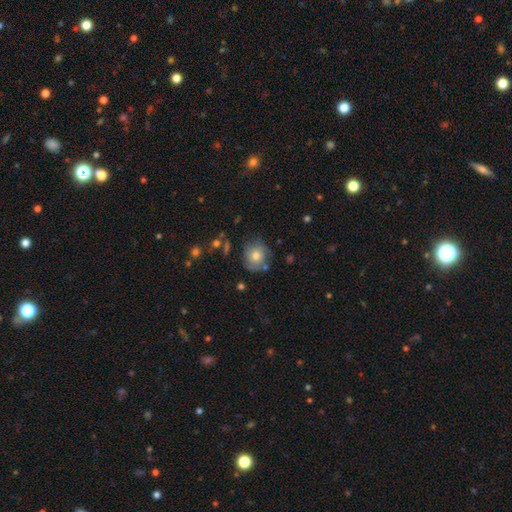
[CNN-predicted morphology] The model was most divided on "smooth or featured": smooth: 63%, featured or disk: 27%, star or artifact: 10%. More confident: how rounded — round (83%); merging — none (70%).